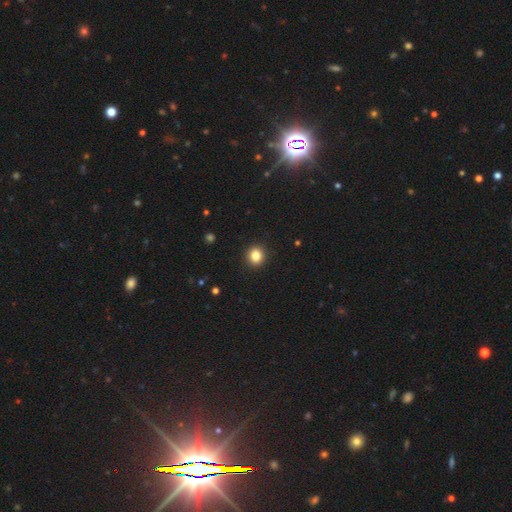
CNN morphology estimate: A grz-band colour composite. It shows a smooth galaxy with no disk features (84%) that is round (87%). Merging: none (92%).